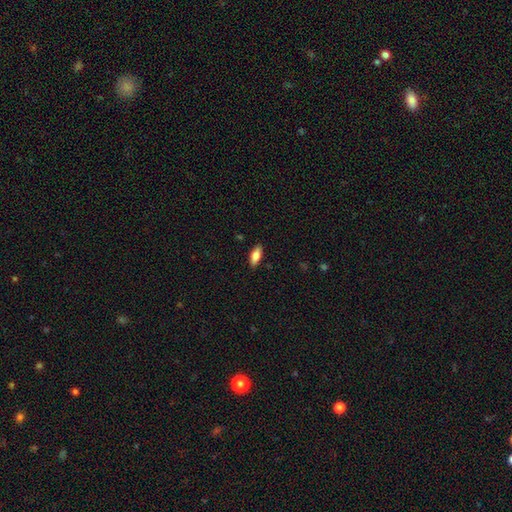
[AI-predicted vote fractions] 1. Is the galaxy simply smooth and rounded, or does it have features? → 78% smooth, 16% featured or disk, 6% star or artifact.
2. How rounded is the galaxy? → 78% in between, 19% cigar-shaped, 2% round.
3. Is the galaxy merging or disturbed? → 89% none, 8% minor disturbance, 2% major disturbance, 1% merger.